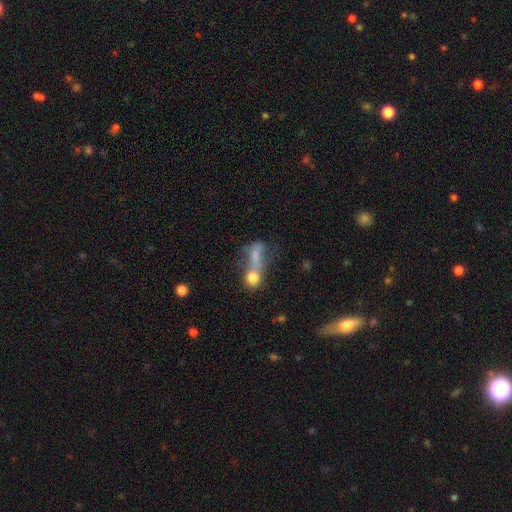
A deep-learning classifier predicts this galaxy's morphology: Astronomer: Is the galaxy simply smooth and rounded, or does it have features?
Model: smooth — 65%.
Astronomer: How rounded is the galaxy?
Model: in between — 60%.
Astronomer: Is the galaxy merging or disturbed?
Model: merger — 64%.